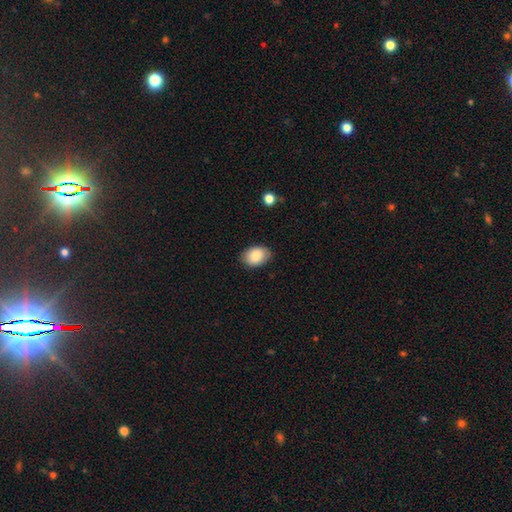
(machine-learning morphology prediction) type=smooth (86%); roundness=in between (83%); merging=none (83%).